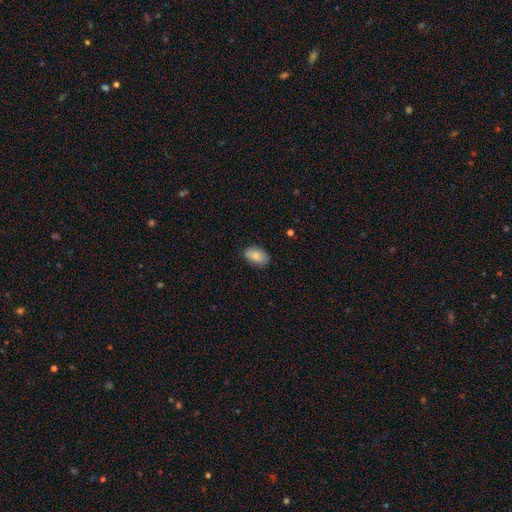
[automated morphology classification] Smooth or featured? Predicted: smooth (p=0.83). How rounded? Predicted: in between (p=0.92). Merging? Predicted: none (p=0.85).